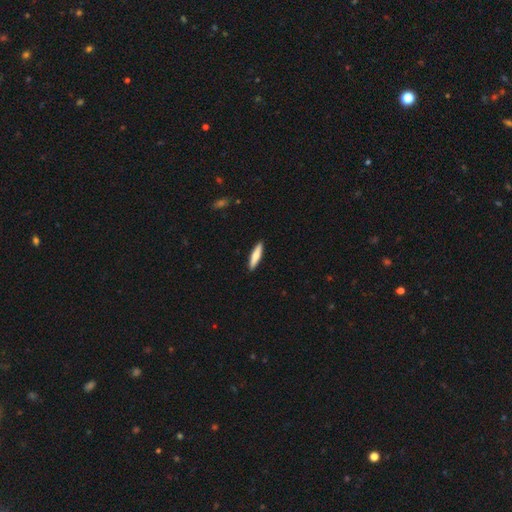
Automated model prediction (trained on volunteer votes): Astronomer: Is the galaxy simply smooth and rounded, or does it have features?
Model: smooth — 72%.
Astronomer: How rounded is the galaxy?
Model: cigar-shaped — 81%.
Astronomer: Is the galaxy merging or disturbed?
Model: none — 91%.